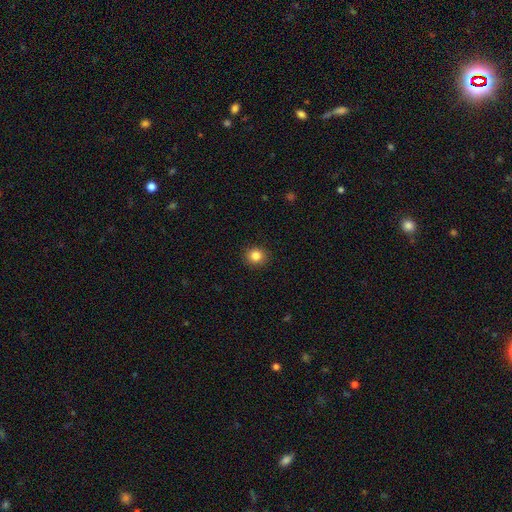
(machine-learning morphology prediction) Smooth or featured?
  - smooth: 84% *
  - star or artifact: 11%
  - featured or disk: 5%
How rounded?
  - round: 87% *
  - in between: 12%
  - cigar-shaped: 1%
Merging?
  - none: 91% *
  - minor disturbance: 6%
  - major disturbance: 2%
  - merger: 1%